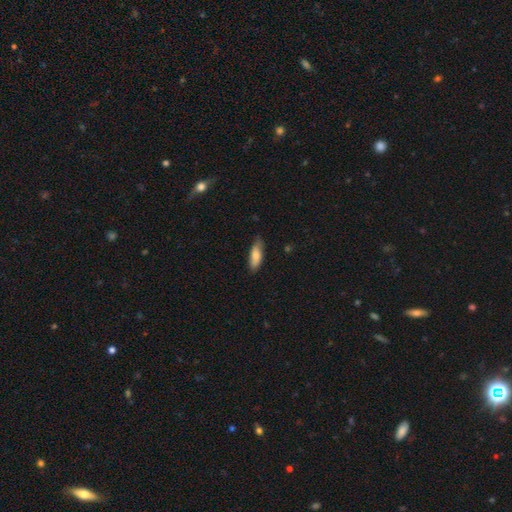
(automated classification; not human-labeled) This appears to be a smooth galaxy with no disk features (78%) that is in between round and cigar-shaped (61%). Merging: none (76%).